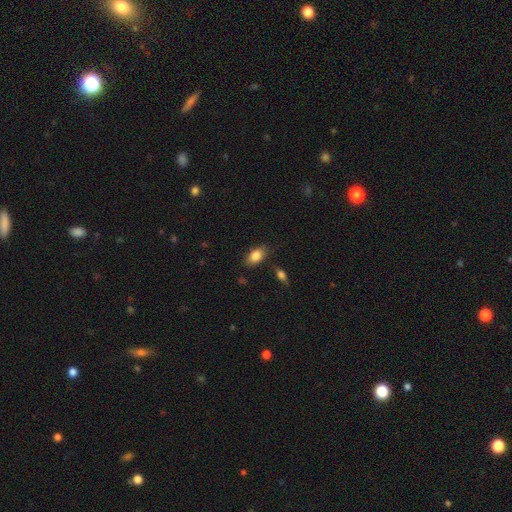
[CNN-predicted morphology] Smooth or featured? Predicted: smooth (p=0.83). How rounded? Predicted: in between (p=0.88). Merging? Predicted: none (p=0.80).